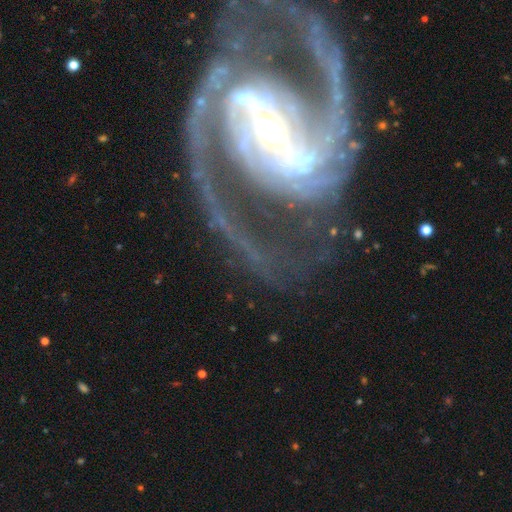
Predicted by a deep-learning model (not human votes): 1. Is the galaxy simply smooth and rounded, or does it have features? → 92% featured or disk, 5% star or artifact, 3% smooth.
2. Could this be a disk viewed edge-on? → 97% no, 3% yes.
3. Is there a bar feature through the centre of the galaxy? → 50% strong, 30% weak, 21% no.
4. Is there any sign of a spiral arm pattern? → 98% yes, 2% no.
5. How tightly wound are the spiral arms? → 51% medium, 29% tight, 19% loose.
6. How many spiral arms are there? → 74% 2, 8% 3, 6% can't tell, 4% 1, 4% 4, 4% more than 4.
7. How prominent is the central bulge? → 53% moderate, 36% small, 8% large, 2% dominant, 2% none.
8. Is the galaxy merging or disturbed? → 62% none, 19% major disturbance, 15% minor disturbance, 4% merger.